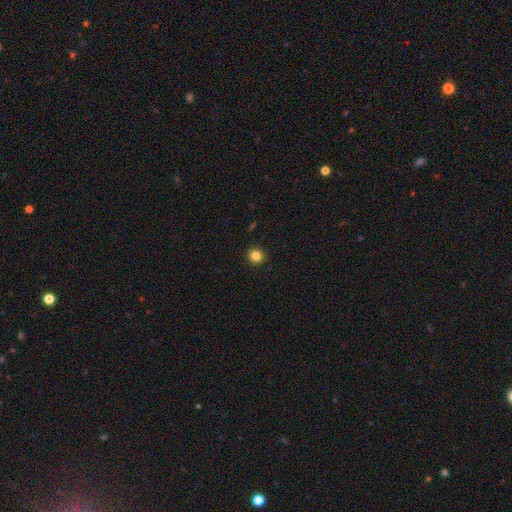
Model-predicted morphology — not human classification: Smooth or featured? Predicted: smooth (p=0.84). How rounded? Predicted: round (p=0.90). Merging? Predicted: none (p=0.92).